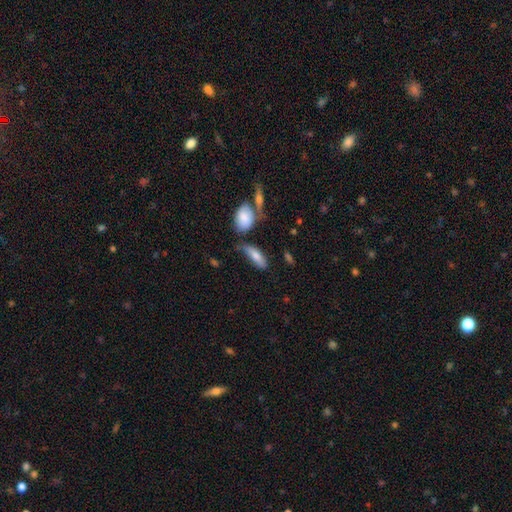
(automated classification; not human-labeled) Smooth or featured? Predicted: smooth (p=0.76). How rounded? Predicted: in between (p=0.66). Merging? Predicted: none (p=0.51).